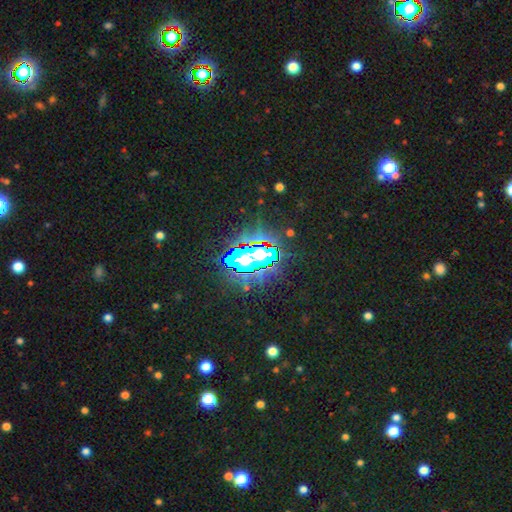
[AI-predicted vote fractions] smooth_or_featured: star or artifact (p=0.67) [alt: smooth p=0.20]